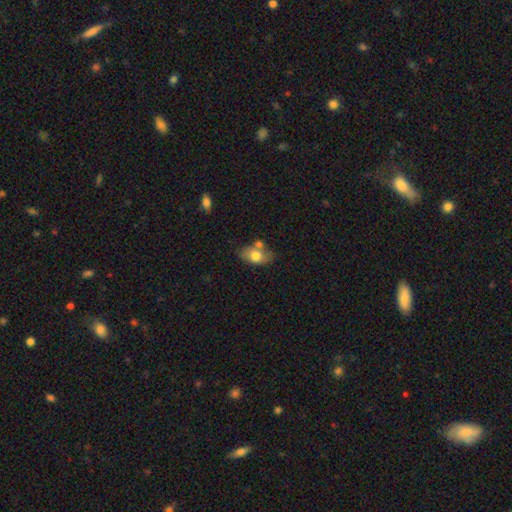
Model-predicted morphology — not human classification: This appears to be a smooth galaxy with no disk features (72%) that is in between round and cigar-shaped (85%). Merging: none (58%).